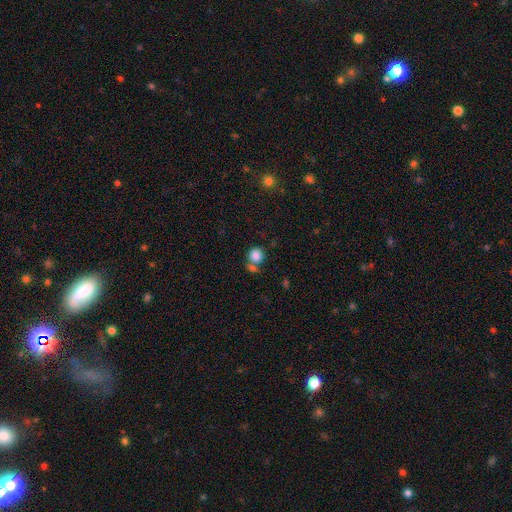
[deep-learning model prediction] Morphology: type=smooth (84%); roundness=round (83%); merging=none (53%).